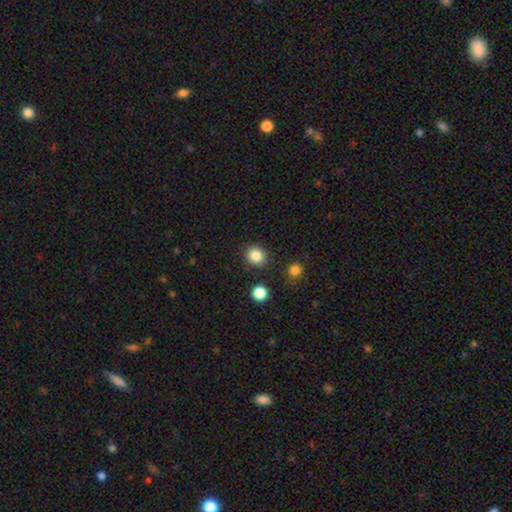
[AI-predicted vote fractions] smooth 85%, star or artifact 11%, featured or disk 4%. Down the decision tree: how rounded — round (83%); merging — none (88%).